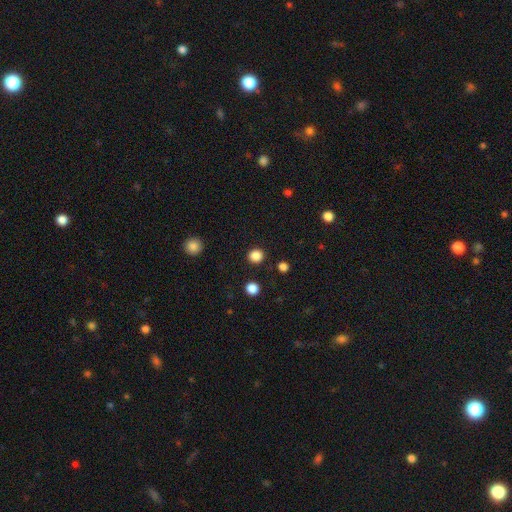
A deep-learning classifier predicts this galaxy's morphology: smooth-or-featured: smooth: 85% | star or artifact: 12% | featured or disk: 3%
  how-rounded: round: 89% | in between: 10% | cigar-shaped: 1%
  merging: none: 91% | minor disturbance: 5% | major disturbance: 2% | merger: 2%